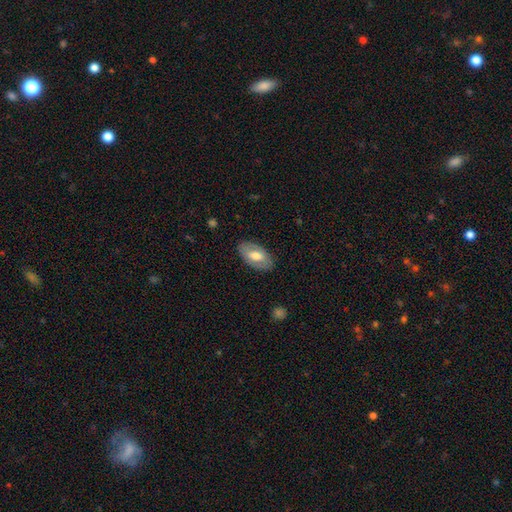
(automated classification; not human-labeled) Smooth or featured: smooth — 60% (featured or disk — 34%)
How rounded: in between — 94% (round — 4%)
Merging: none — 84% (minor disturbance — 12%)